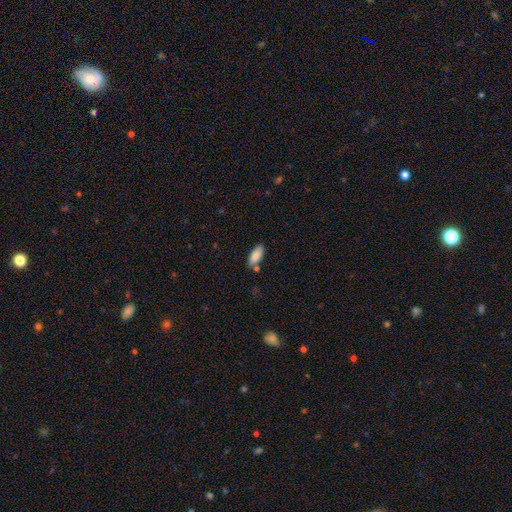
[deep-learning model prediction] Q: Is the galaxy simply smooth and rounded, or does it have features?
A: smooth — 87%.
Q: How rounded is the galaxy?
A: in between — 85%.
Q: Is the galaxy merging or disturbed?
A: none — 76%.